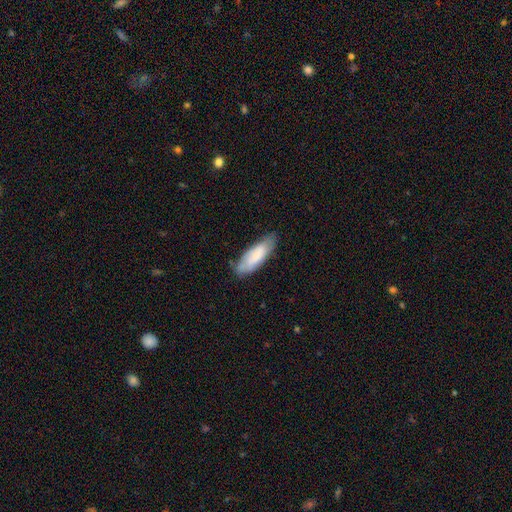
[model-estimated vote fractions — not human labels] smooth_or_featured: smooth (p=0.72) [alt: featured or disk p=0.22]
how_rounded: in between (p=0.60) [alt: cigar-shaped p=0.38]
merging: none (p=0.65) [alt: minor disturbance p=0.26]